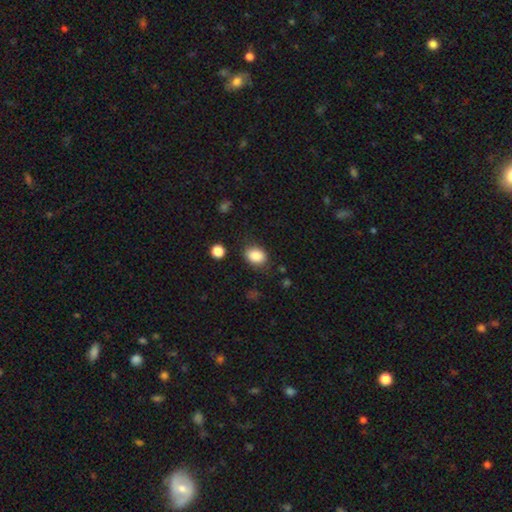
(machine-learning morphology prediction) smooth 86%, star or artifact 9%, featured or disk 5%. Down the decision tree: how rounded — in between (71%); merging — none (79%).